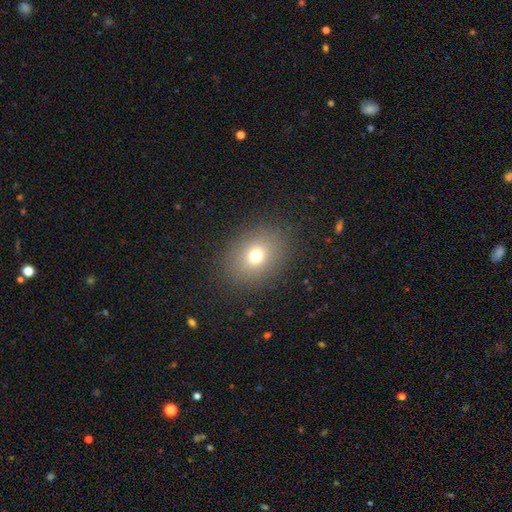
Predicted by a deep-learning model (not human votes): The model was most divided on "how rounded": in between: 51%, round: 48%, cigar-shaped: 1%. More confident: merging — none (86%); smooth or featured — smooth (73%).